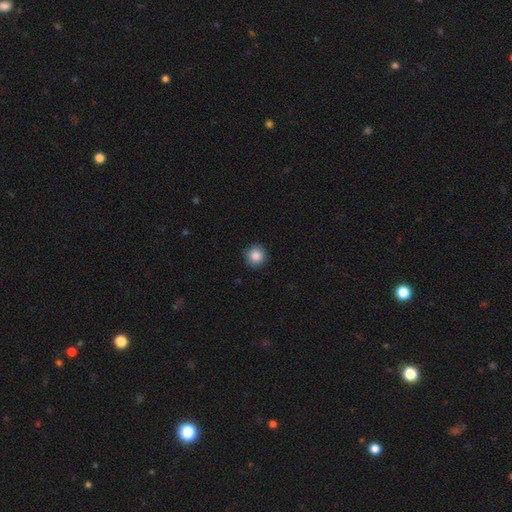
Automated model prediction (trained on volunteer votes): A smooth galaxy with no disk features (87%) that is round (95%).

Vote fractions:
- Smooth or featured? smooth: 87% / star or artifact: 9% / featured or disk: 4%
- How rounded? round: 95% / in between: 4% / cigar-shaped: 1%
- Merging? none: 90% / minor disturbance: 8% / major disturbance: 2% / merger: 1%